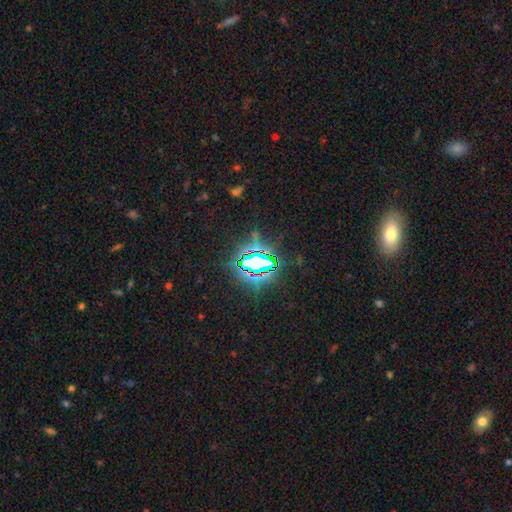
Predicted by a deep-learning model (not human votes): Overall: star or artifact (81%).